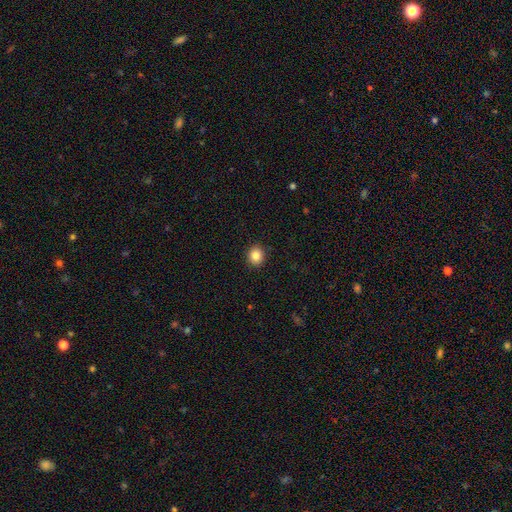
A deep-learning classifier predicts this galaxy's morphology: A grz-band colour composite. It shows a smooth galaxy with no disk features (85%) that is round (79%). Merging: none (92%).